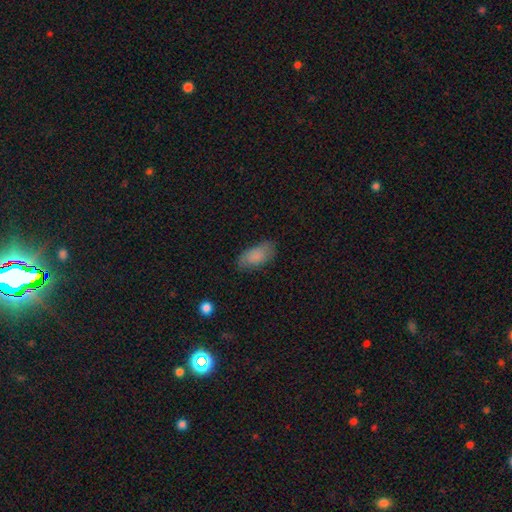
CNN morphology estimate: This appears to be a smooth galaxy with no disk features (85%) that is in between round and cigar-shaped (92%). Merging: none (74%).